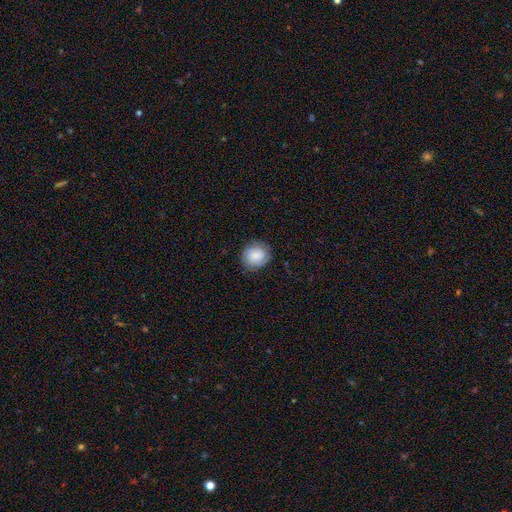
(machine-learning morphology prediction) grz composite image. It shows a smooth galaxy with no disk features (83%) that is round (85%). Merging: none (84%).